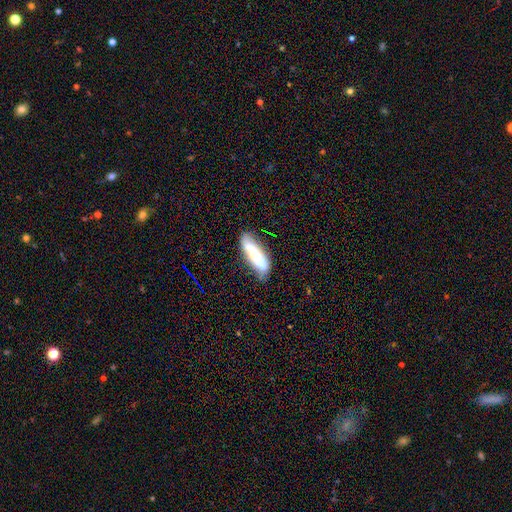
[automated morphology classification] smooth_or_featured: smooth (p=0.59) [alt: featured or disk p=0.34]
how_rounded: cigar-shaped (p=0.59) [alt: in between p=0.40]
merging: none (p=0.63) [alt: minor disturbance p=0.24]